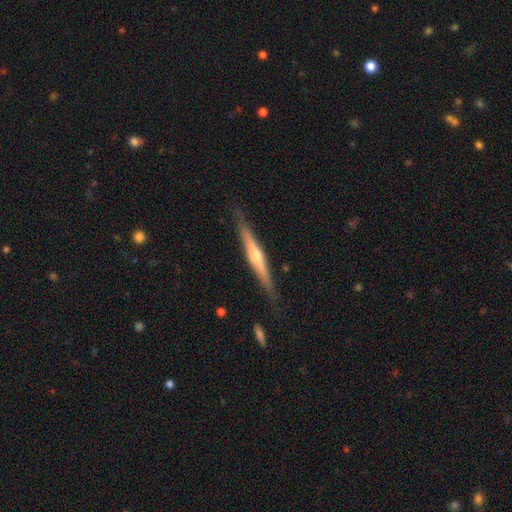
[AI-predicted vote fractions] The model was most divided on "smooth or featured": featured or disk: 71%, smooth: 24%, star or artifact: 6%. More confident: edge-on disk — yes (97%); edge-on bulge — rounded (86%); merging — none (85%).